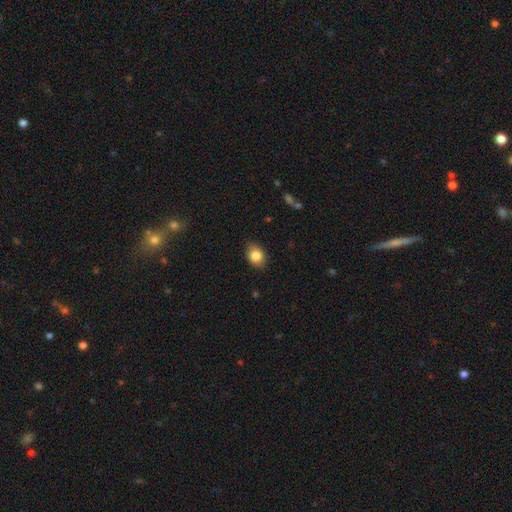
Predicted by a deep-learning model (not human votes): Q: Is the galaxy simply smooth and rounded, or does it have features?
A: smooth — 84%.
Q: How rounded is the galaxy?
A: in between — 72%.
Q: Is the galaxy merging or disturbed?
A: none — 86%.